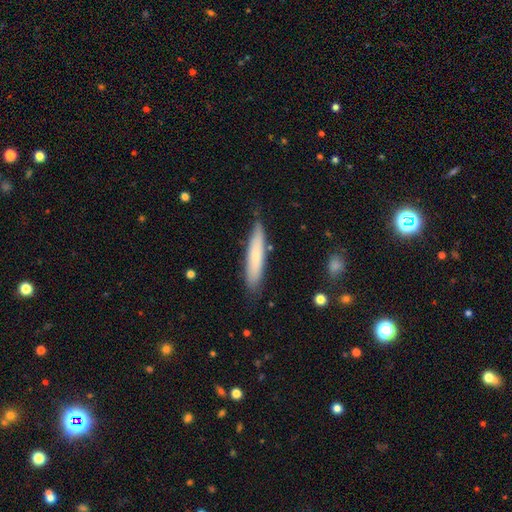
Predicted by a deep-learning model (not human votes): A smooth galaxy with no disk features (63%) that is cigar-shaped (86%).

Vote fractions:
- Smooth or featured? smooth: 63% / featured or disk: 31% / star or artifact: 6%
- How rounded? cigar-shaped: 86% / in between: 12% / round: 1%
- Merging? none: 79% / minor disturbance: 16% / major disturbance: 3% / merger: 2%